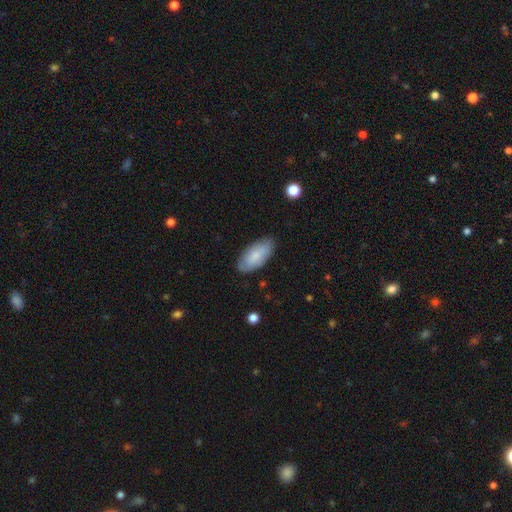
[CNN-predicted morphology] This appears to be a smooth galaxy with no disk features (81%) that is in between round and cigar-shaped (91%). Merging: none (82%).